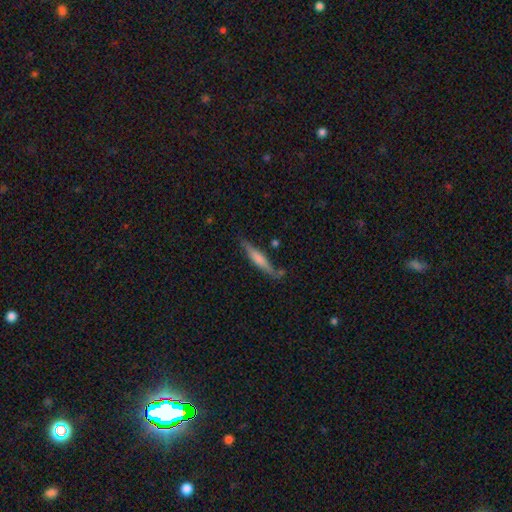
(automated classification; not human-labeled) A featured or disk galaxy (52%) viewed edge-on (93%). Merging: none (76%).